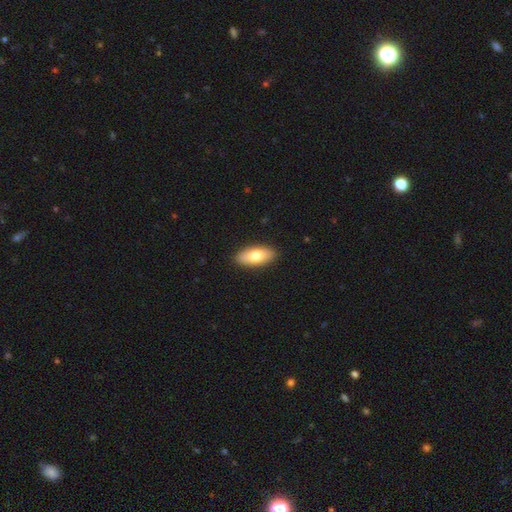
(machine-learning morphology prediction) The model was most divided on "smooth or featured": smooth: 77%, featured or disk: 17%, star or artifact: 6%. More confident: merging — none (90%); how rounded — in between (85%).